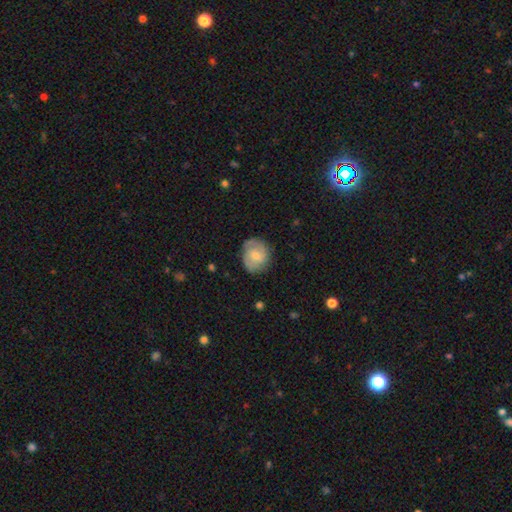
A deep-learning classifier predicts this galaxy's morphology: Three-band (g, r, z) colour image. It shows a featured or disk galaxy (54%) with a weak bar (47%), spiral arms (86%) and a small central bulge (53%). Merging: none (74%).